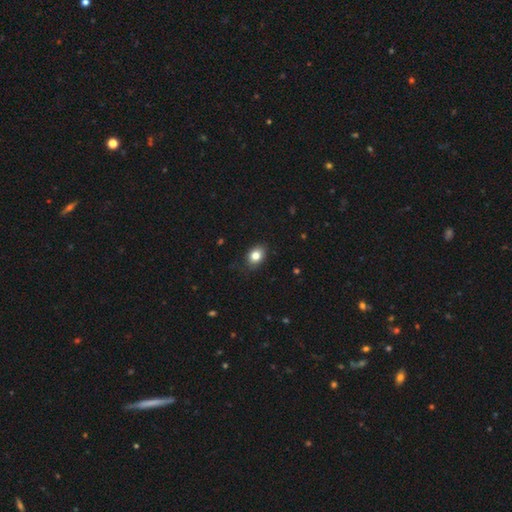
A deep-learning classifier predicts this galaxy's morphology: Q: Smooth or featured?
A: smooth (82%); runner-up: star or artifact (9%)
Q: How rounded?
A: in between (69%); runner-up: round (30%)
Q: Merging?
A: none (82%); runner-up: minor disturbance (15%)